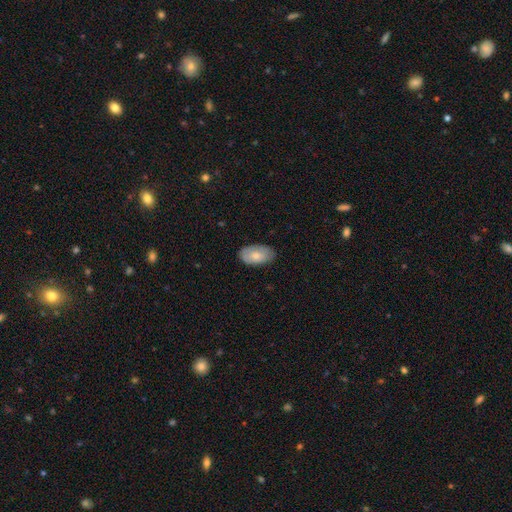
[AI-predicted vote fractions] The model was most divided on "smooth or featured": smooth: 72%, featured or disk: 22%, star or artifact: 6%. More confident: how rounded — in between (93%); merging — none (74%).